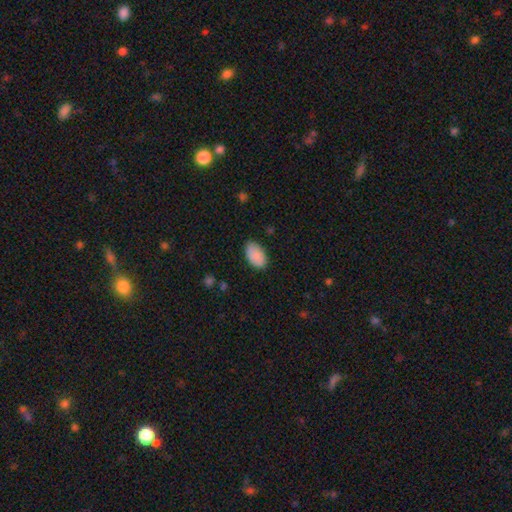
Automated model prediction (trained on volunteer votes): This is clearly a smooth galaxy (89%). How rounded: clearly in between (95%). Merging: clearly none (81%).